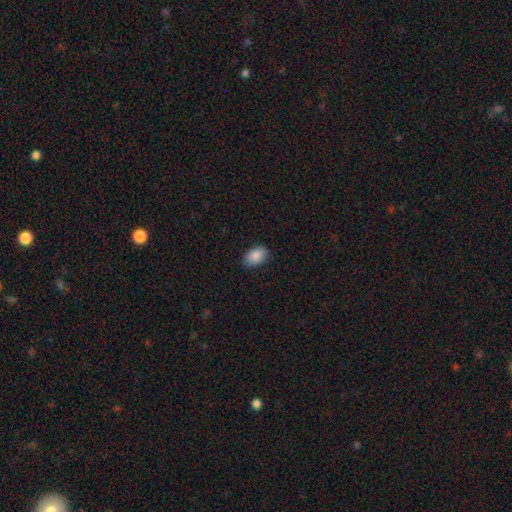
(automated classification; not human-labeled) The model was most divided on "merging": none: 86%, minor disturbance: 11%, major disturbance: 2%, merger: 1%. More confident: how rounded — in between (90%); smooth or featured — smooth (88%).